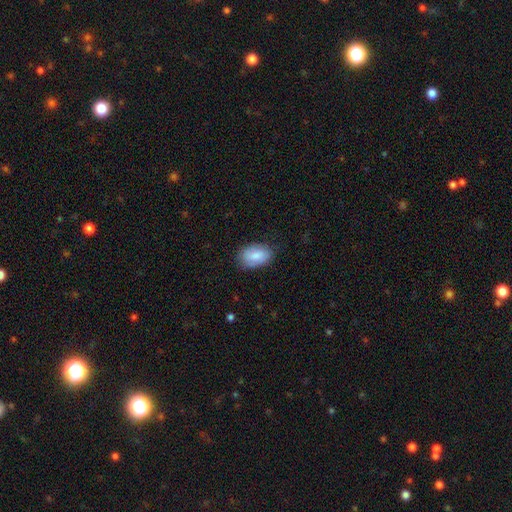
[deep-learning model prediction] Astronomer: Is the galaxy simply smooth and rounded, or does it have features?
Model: smooth — 81%.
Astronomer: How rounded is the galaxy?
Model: in between — 90%.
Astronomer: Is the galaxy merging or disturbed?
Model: none — 78%.